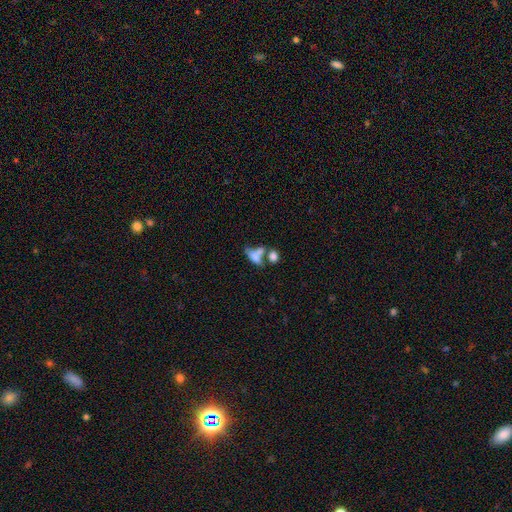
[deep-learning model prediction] smooth_or_featured: smooth (p=0.66) [alt: featured or disk p=0.24]
how_rounded: in between (p=0.77) [alt: round p=0.11]
merging: merger (p=0.53) [alt: none p=0.24]